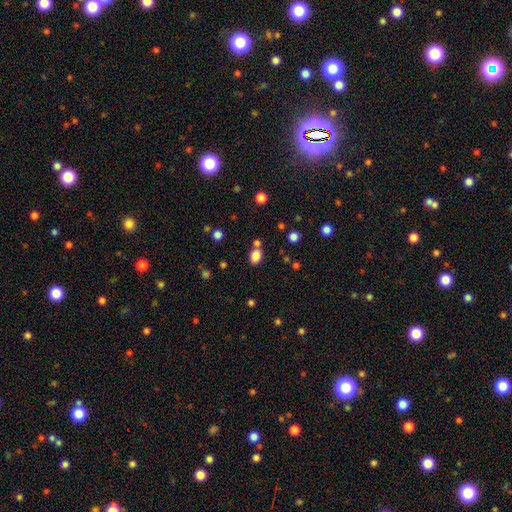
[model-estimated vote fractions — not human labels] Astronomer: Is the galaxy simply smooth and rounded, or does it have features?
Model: smooth — 84%.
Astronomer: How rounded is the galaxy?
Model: in between — 65%.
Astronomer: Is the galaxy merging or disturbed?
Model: none — 70%.